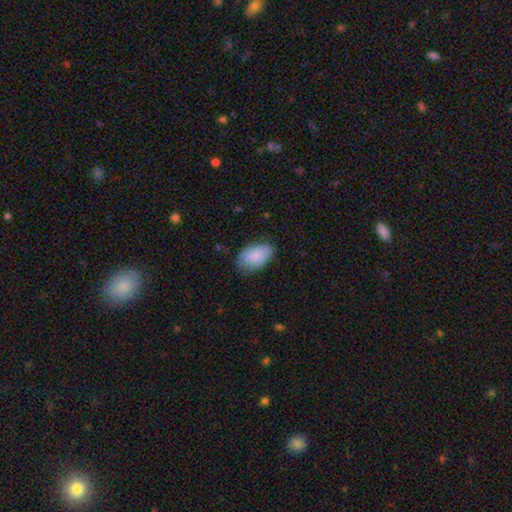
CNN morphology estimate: The model was most divided on "merging": none: 63%, minor disturbance: 29%, major disturbance: 7%, merger: 1%. More confident: how rounded — in between (91%); smooth or featured — smooth (77%).